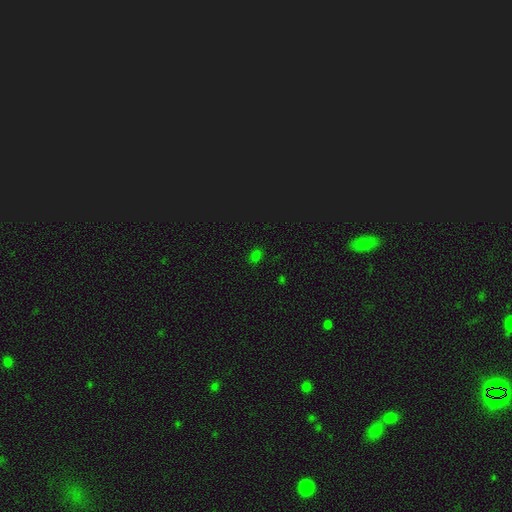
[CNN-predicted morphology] A smooth galaxy with no disk features (70%) that is in between round and cigar-shaped (70%).

Vote fractions:
- Smooth or featured? smooth: 70% / star or artifact: 26% / featured or disk: 4%
- How rounded? in between: 70% / round: 28% / cigar-shaped: 2%
- Merging? none: 86% / minor disturbance: 10% / major disturbance: 3% / merger: 2%